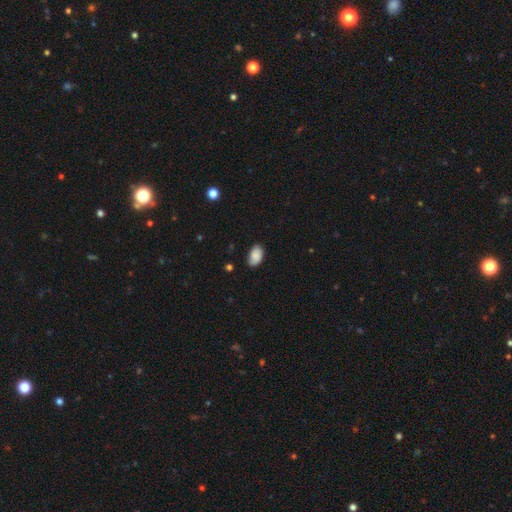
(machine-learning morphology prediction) Overall: smooth (88%). How rounded: in between (93%). Merging: none (81%).